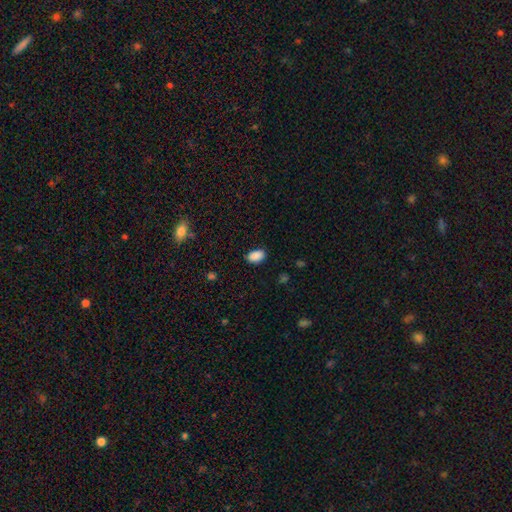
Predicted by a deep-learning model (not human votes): Smooth or featured? Predicted: smooth (p=0.89). How rounded? Predicted: in between (p=0.90). Merging? Predicted: none (p=0.84).